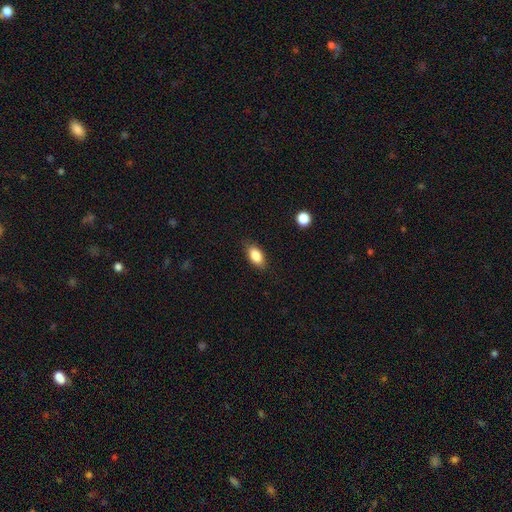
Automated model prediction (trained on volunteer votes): Overall: smooth (85%). How rounded: in between (89%). Merging: none (84%).